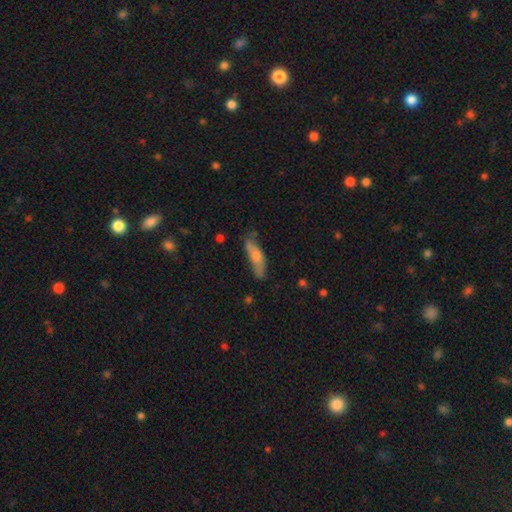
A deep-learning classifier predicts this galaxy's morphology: type=smooth (56%); roundness=cigar-shaped (62%); merging=none (67%).